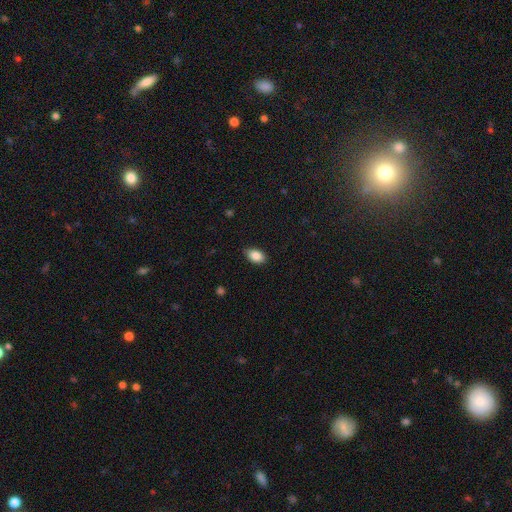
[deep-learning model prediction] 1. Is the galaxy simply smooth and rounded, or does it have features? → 87% smooth, 8% star or artifact, 6% featured or disk.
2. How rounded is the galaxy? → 90% in between, 8% round, 2% cigar-shaped.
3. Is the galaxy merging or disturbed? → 83% none, 14% minor disturbance, 2% major disturbance, 1% merger.